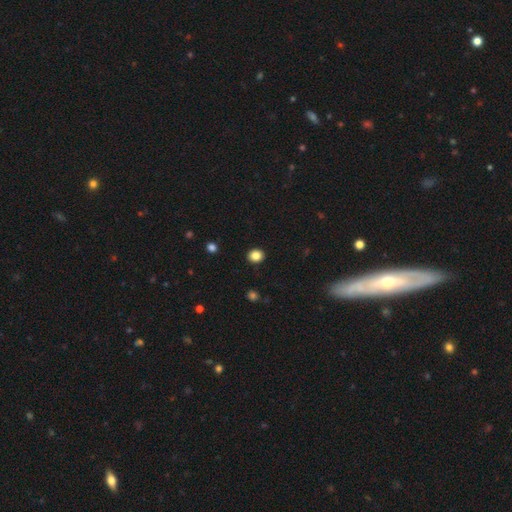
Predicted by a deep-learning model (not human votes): This is clearly a smooth galaxy (86%). How rounded: likely round (76%). Merging: clearly none (91%).